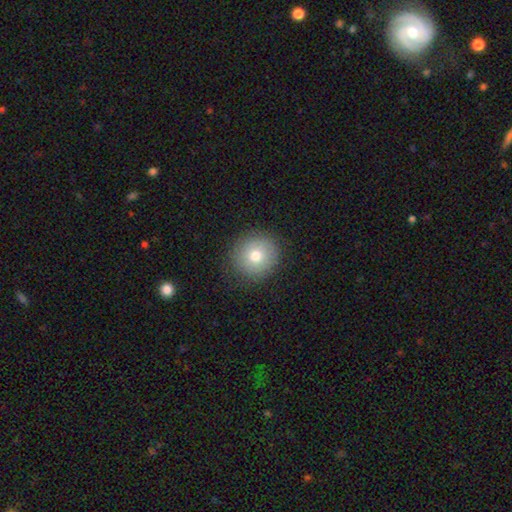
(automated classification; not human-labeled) Overall: smooth (75%). How rounded: round (93%). Merging: none (87%).